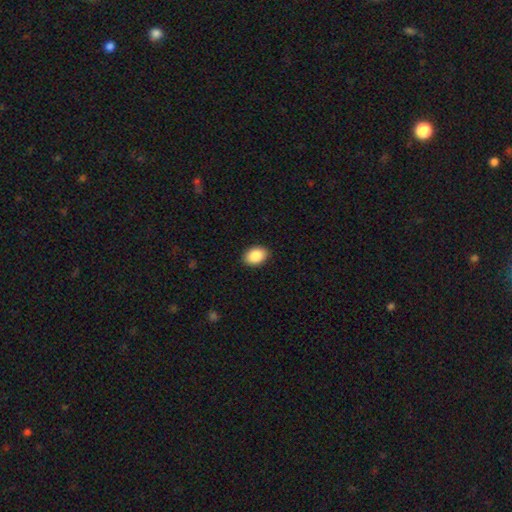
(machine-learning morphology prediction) Smooth or featured: smooth — 89% (star or artifact — 7%)
How rounded: in between — 81% (round — 18%)
Merging: none — 90% (minor disturbance — 8%)